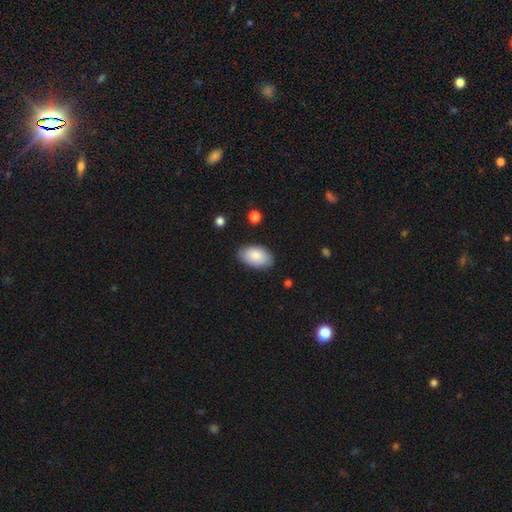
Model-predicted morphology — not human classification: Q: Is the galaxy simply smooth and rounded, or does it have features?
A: smooth — 85%.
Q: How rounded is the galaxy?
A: in between — 94%.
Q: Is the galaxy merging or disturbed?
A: none — 83%.